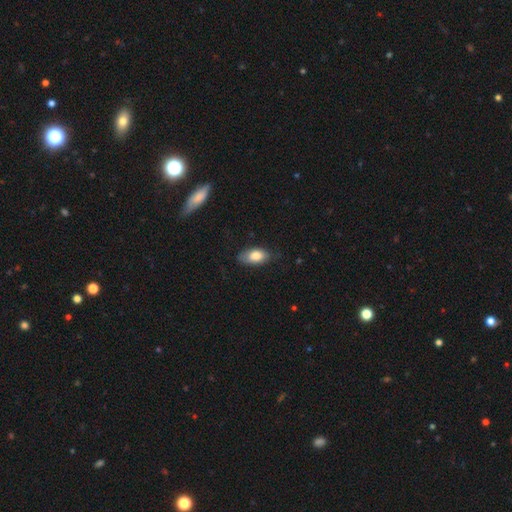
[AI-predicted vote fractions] Morphology: type=smooth (80%); roundness=in between (91%); merging=none (71%).